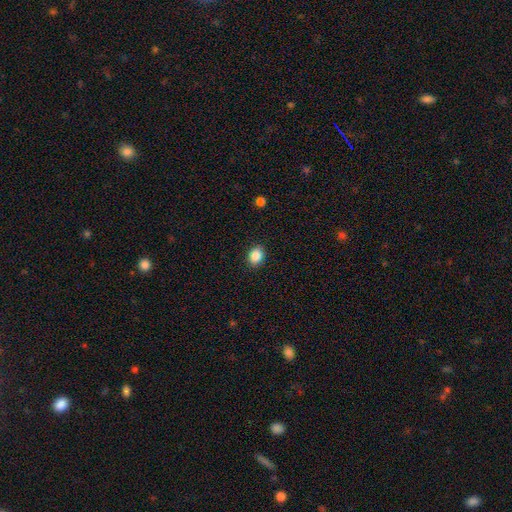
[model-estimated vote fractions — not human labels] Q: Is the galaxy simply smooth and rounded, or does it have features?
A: smooth — 88%.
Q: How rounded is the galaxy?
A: in between — 56%.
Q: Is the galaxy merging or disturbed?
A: none — 89%.